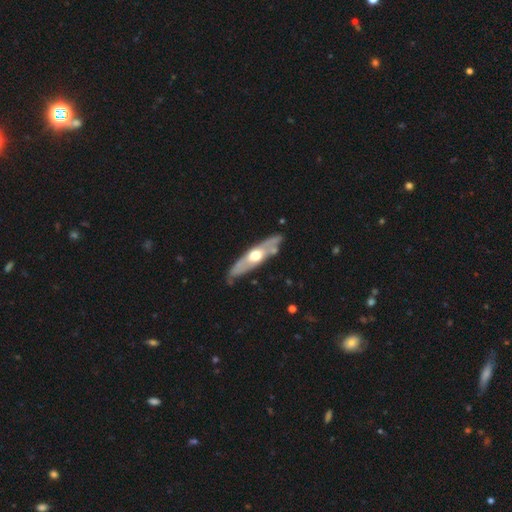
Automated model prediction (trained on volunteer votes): A featured or disk galaxy (64%) viewed edge-on (62%). Merging: none (77%).